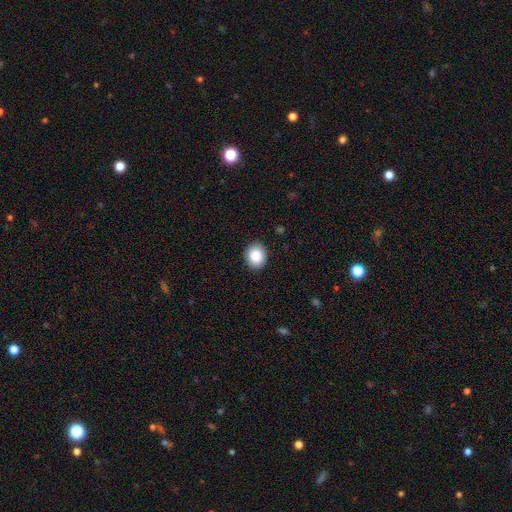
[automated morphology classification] Smooth or featured? Predicted: smooth (p=0.88). How rounded? Predicted: round (p=0.58). Merging? Predicted: none (p=0.89).